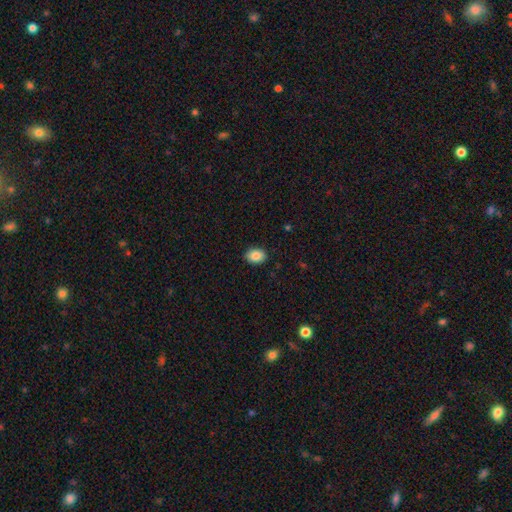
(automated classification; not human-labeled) Smooth or featured? Predicted: smooth (p=0.87). How rounded? Predicted: in between (p=0.72). Merging? Predicted: none (p=0.89).